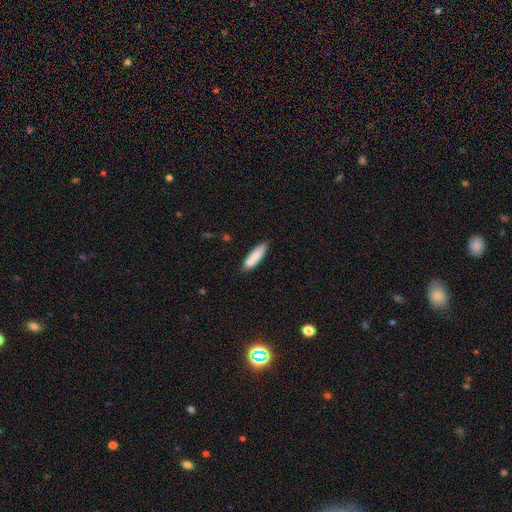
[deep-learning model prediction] Smooth or featured? Predicted: smooth (p=0.81). How rounded? Predicted: cigar-shaped (p=0.66). Merging? Predicted: none (p=0.73).